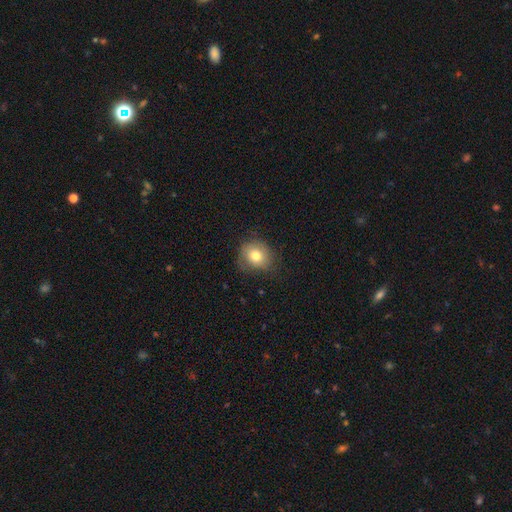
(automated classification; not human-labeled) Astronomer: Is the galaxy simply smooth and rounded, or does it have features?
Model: smooth — 76%.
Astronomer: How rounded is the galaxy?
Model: round — 75%.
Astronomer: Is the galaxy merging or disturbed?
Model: none — 72%.